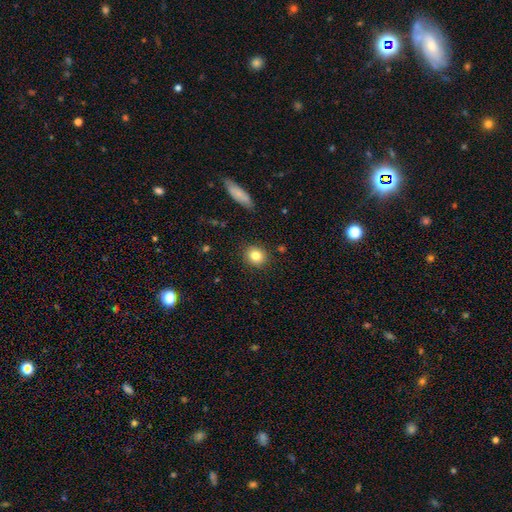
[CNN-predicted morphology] Smooth or featured: smooth — 82% (star or artifact — 10%)
How rounded: round — 78% (in between — 21%)
Merging: none — 88% (minor disturbance — 8%)